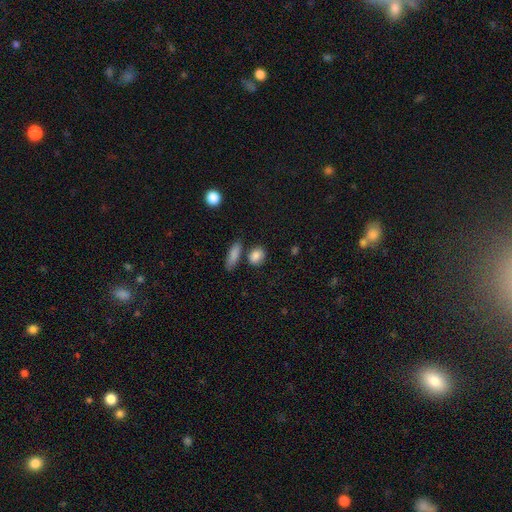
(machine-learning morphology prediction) Smooth or featured? smooth (85%)
How rounded? in between (51%)
Merging? none (74%)